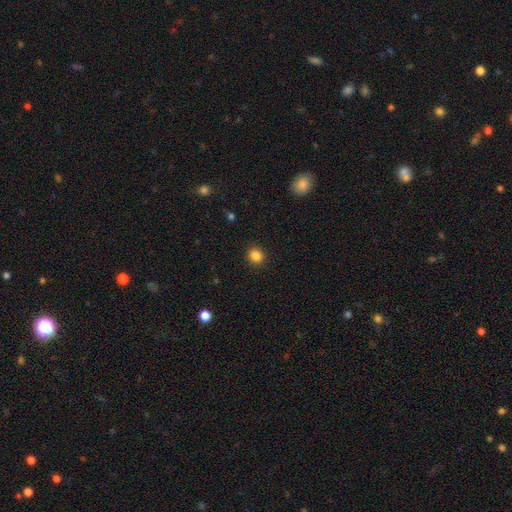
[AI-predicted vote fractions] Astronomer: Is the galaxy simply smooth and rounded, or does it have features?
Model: smooth — 86%.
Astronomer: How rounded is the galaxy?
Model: round — 76%.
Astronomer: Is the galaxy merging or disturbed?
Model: none — 90%.